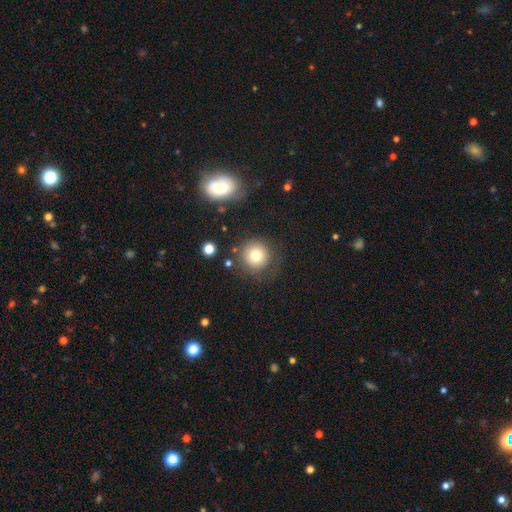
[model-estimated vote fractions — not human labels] The model was most divided on "smooth or featured": smooth: 77%, featured or disk: 12%, star or artifact: 12%. More confident: how rounded — round (94%); merging — none (78%).